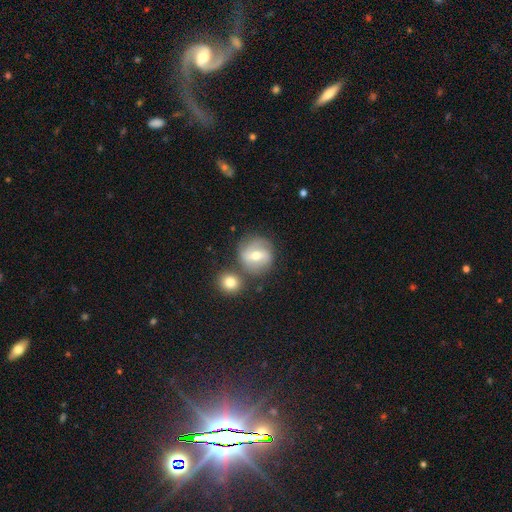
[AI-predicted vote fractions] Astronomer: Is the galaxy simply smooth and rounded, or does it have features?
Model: featured or disk — 55% (runner-up: smooth, 36%).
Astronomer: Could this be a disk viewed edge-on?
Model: no — 96%.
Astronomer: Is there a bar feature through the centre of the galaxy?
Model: weak — 50% (runner-up: strong, 27%).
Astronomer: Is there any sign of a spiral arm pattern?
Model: yes — 76%.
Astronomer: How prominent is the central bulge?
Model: moderate — 73%.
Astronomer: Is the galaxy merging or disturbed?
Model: none — 67%.